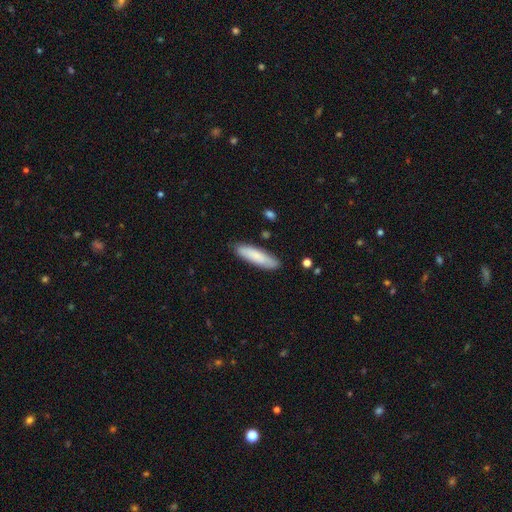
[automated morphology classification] smooth_or_featured: smooth (p=0.82) [alt: featured or disk p=0.12]
how_rounded: cigar-shaped (p=0.71) [alt: in between p=0.28]
merging: none (p=0.86) [alt: minor disturbance p=0.11]